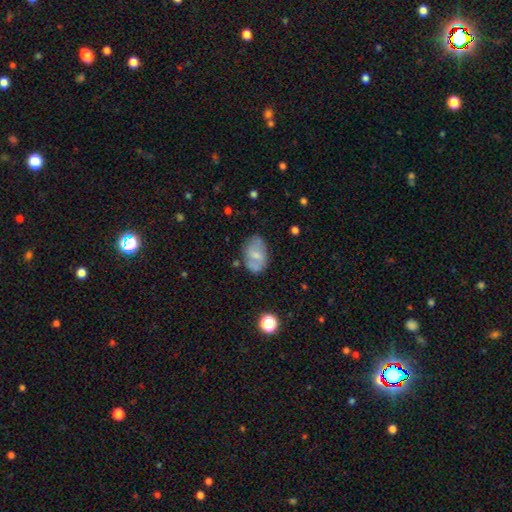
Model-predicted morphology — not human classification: The model was most divided on "smooth or featured": smooth: 48%, featured or disk: 44%, star or artifact: 8%. More confident: merging — none (66%).